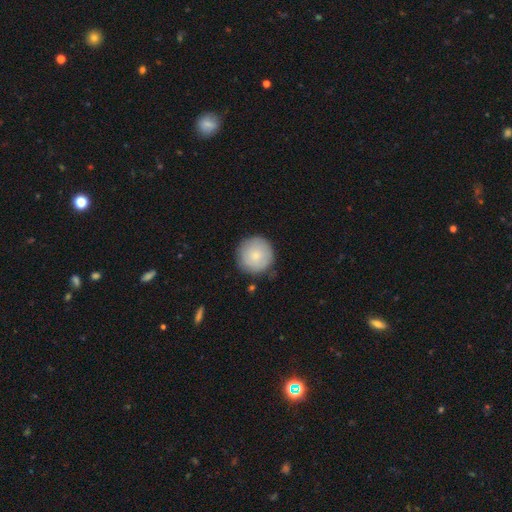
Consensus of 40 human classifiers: smooth 68%, featured or disk 32%, star or artifact 0%. Down the decision tree: how rounded — round (100%); merging — none (92%).